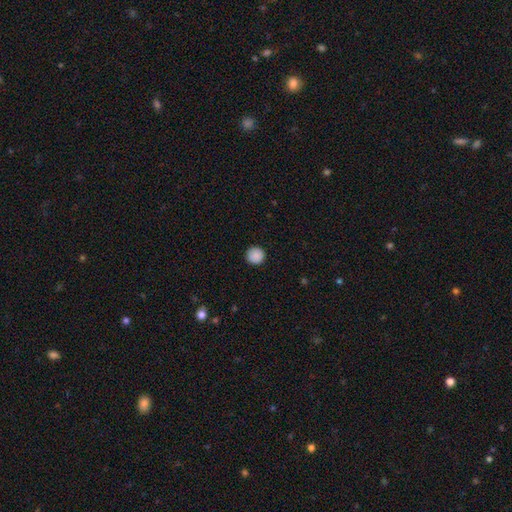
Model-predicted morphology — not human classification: smooth_or_featured: smooth (p=0.89) [alt: star or artifact p=0.09]
how_rounded: round (p=0.96) [alt: in between p=0.03]
merging: none (p=0.92) [alt: minor disturbance p=0.05]